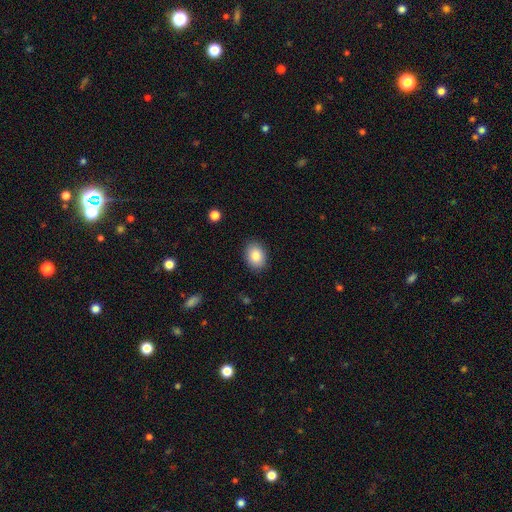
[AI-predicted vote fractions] A smooth galaxy with no disk features (86%) that is in between round and cigar-shaped (71%). Merging: none (88%).